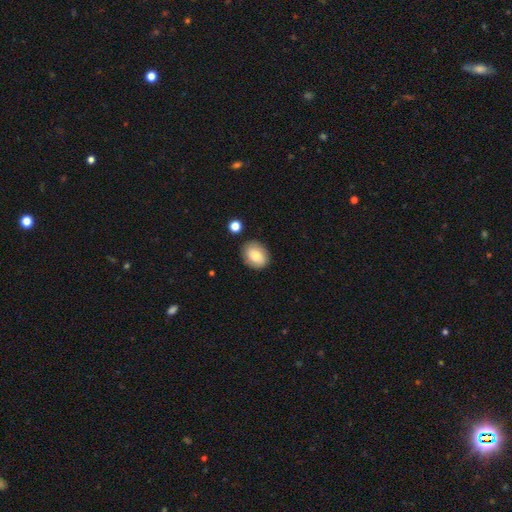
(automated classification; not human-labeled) Smooth or featured?
  - smooth: 79% *
  - featured or disk: 13%
  - star or artifact: 8%
How rounded?
  - in between: 57% *
  - round: 42%
  - cigar-shaped: 1%
Merging?
  - none: 82% *
  - minor disturbance: 12%
  - major disturbance: 3%
  - merger: 3%